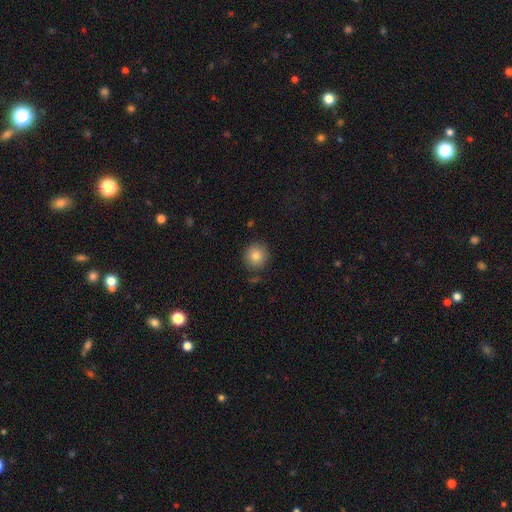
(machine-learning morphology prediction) Smooth or featured? smooth (83%)
How rounded? round (91%)
Merging? none (87%)